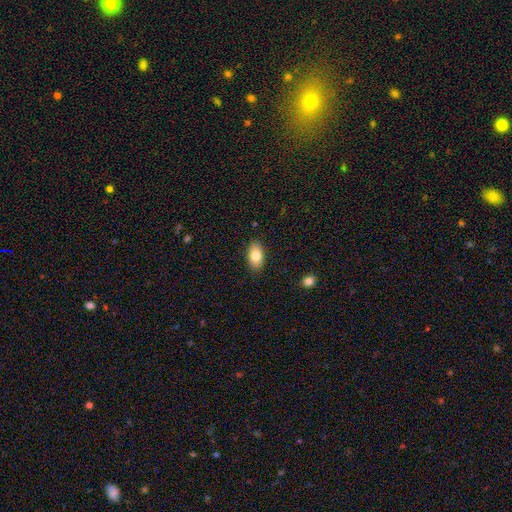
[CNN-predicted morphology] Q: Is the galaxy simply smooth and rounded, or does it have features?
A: smooth — 79%.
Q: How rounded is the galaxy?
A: in between — 92%.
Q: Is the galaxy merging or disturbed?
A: none — 88%.